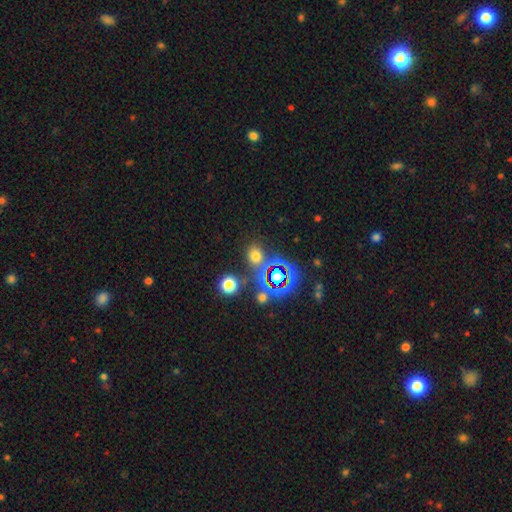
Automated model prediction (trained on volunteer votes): A smooth galaxy with no disk features (60%) that is round (66%).

Vote fractions:
- Smooth or featured? smooth: 60% / star or artifact: 32% / featured or disk: 7%
- How rounded? round: 66% / in between: 32% / cigar-shaped: 1%
- Merging? none: 74% / minor disturbance: 11% / merger: 11% / major disturbance: 5%